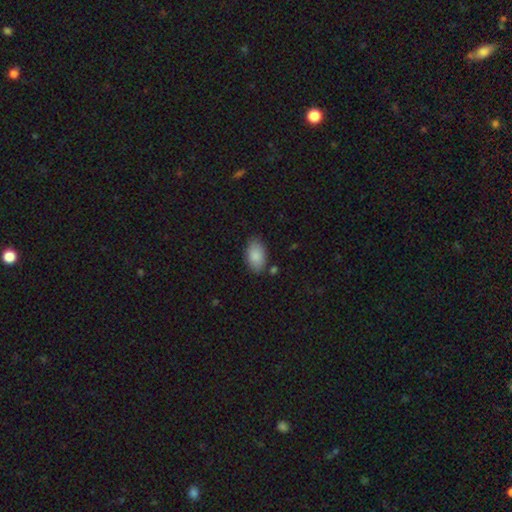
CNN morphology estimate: Smooth or featured?
  - smooth: 87% *
  - featured or disk: 7%
  - star or artifact: 6%
How rounded?
  - in between: 93% *
  - round: 5%
  - cigar-shaped: 2%
Merging?
  - none: 79% *
  - minor disturbance: 14%
  - major disturbance: 3%
  - merger: 3%